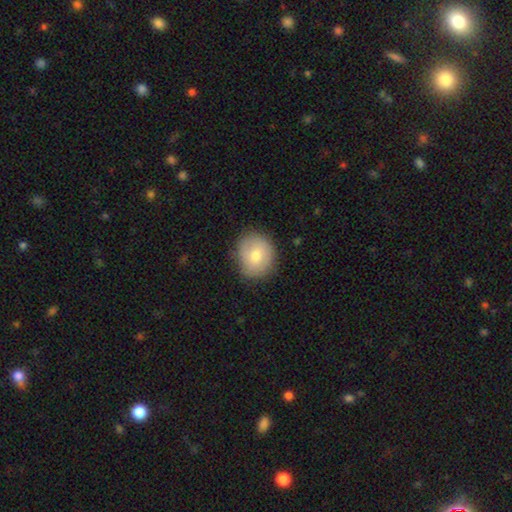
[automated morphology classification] Smooth or featured: smooth — 70% (featured or disk — 22%)
How rounded: round — 76% (in between — 23%)
Merging: none — 80% (minor disturbance — 16%)